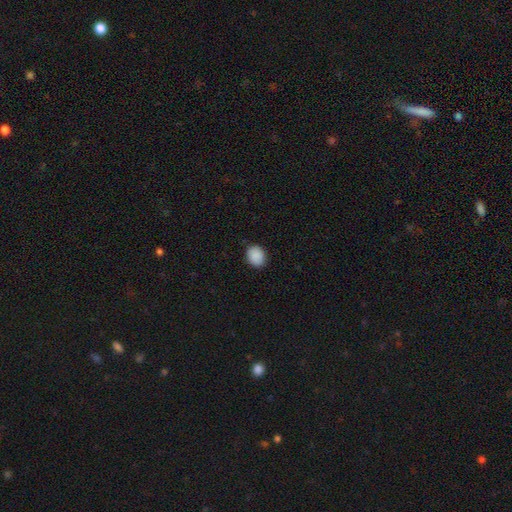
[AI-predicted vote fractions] Overall: smooth (90%). How rounded: round (53%; in between 46%). Merging: none (87%).